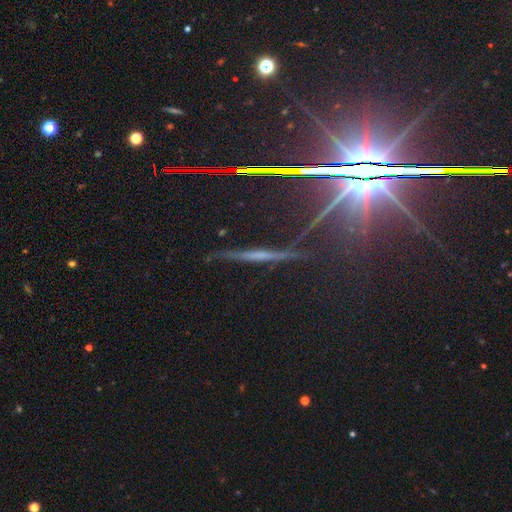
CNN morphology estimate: smooth-or-featured: featured or disk: 52% | star or artifact: 35% | smooth: 12%
  disk-edge-on: yes: 90% | no: 10%
  merging: none: 82% | minor disturbance: 12% | major disturbance: 4% | merger: 2%